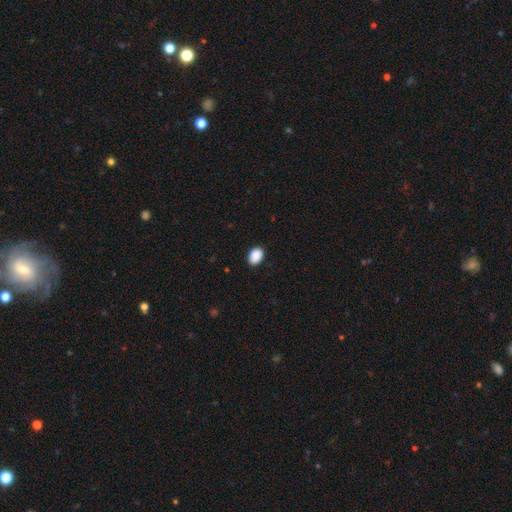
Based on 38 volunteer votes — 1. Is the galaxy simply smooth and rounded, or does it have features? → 84% smooth, 8% featured or disk, 8% star or artifact.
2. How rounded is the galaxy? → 81% in between, 19% round, 0% cigar-shaped.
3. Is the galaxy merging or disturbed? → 83% none, 17% minor disturbance, 0% major disturbance, 0% merger.